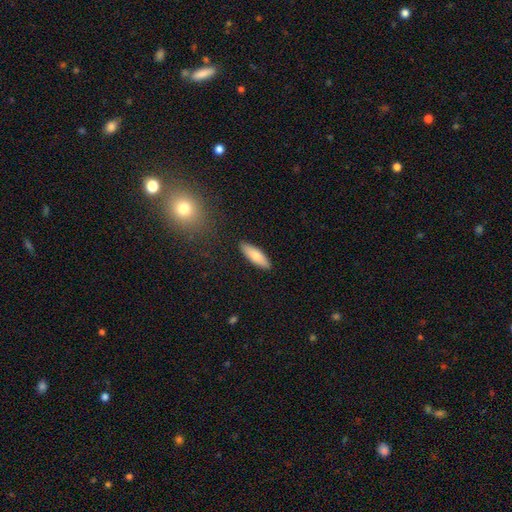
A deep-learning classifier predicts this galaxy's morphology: The model was most divided on "how rounded": in between: 53%, cigar-shaped: 45%, round: 2%. More confident: merging — none (89%); smooth or featured — smooth (77%).